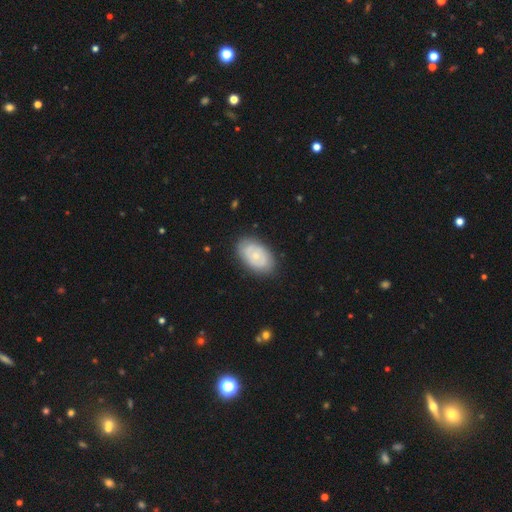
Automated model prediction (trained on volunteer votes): smooth-or-featured: featured or disk: 50% | smooth: 44% | star or artifact: 6%
  disk-edge-on: no: 94% | yes: 6%
  merging: none: 82% | minor disturbance: 13% | major disturbance: 4% | merger: 1%